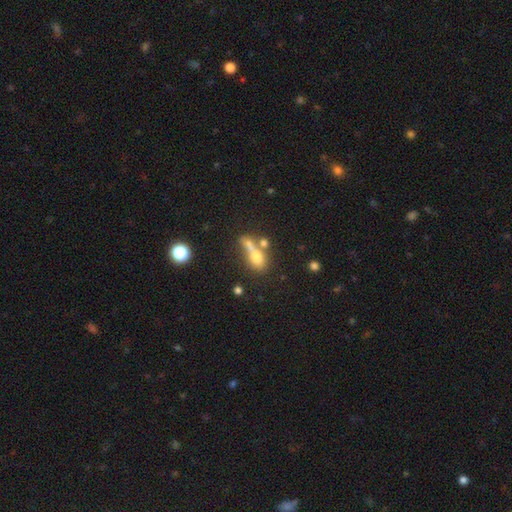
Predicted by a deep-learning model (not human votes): Overall: smooth (64%). How rounded: in between (56%; round 25%). Merging: merger (46%; none 32%).